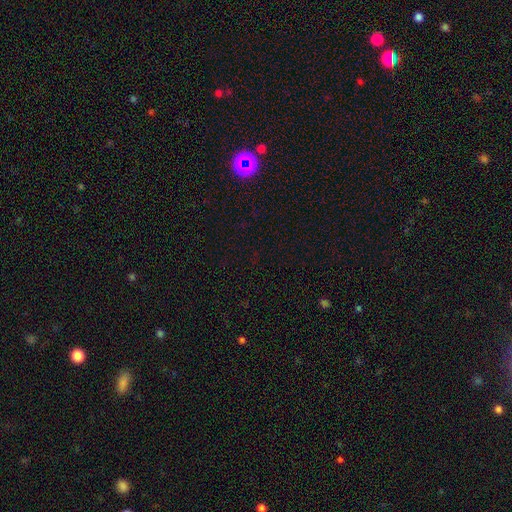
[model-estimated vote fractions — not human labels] This appears to be a star or artifact, not a galaxy (74%).